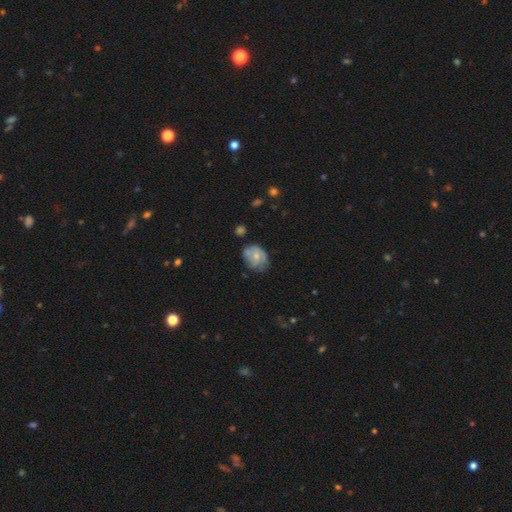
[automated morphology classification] Smooth or featured? Predicted: smooth (p=0.50). Merging? Predicted: none (p=0.47).